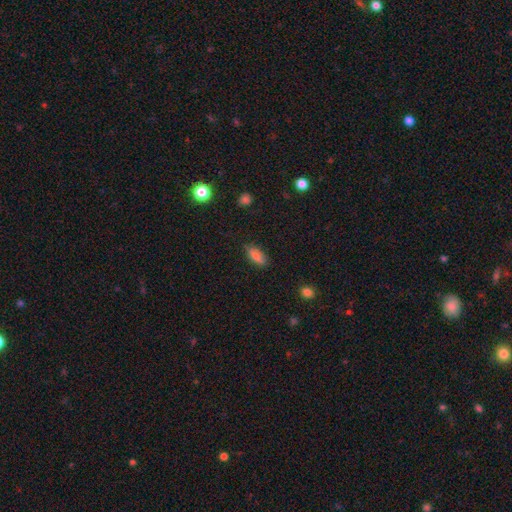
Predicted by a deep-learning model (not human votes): Morphology: type=smooth (81%); roundness=in between (74%); merging=none (84%).